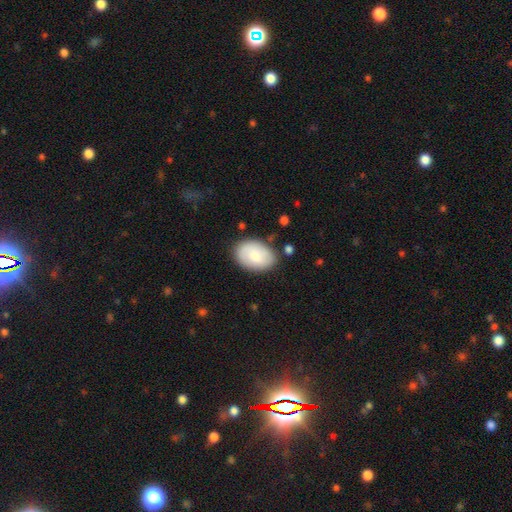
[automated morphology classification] This is likely a smooth galaxy (71%). How rounded: clearly in between (84%). Merging: likely none (79%).